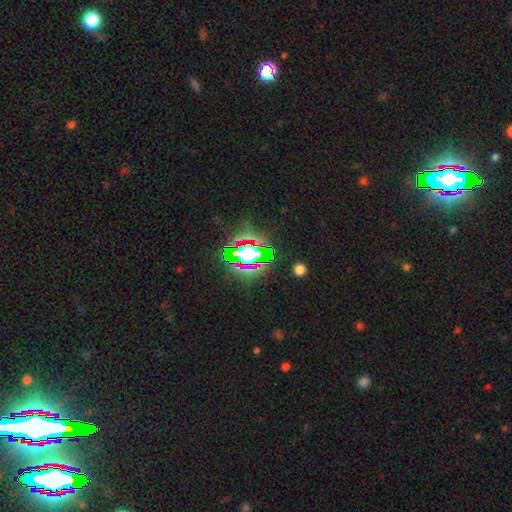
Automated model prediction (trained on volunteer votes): Q: Smooth or featured?
A: star or artifact (65%); runner-up: smooth (19%)